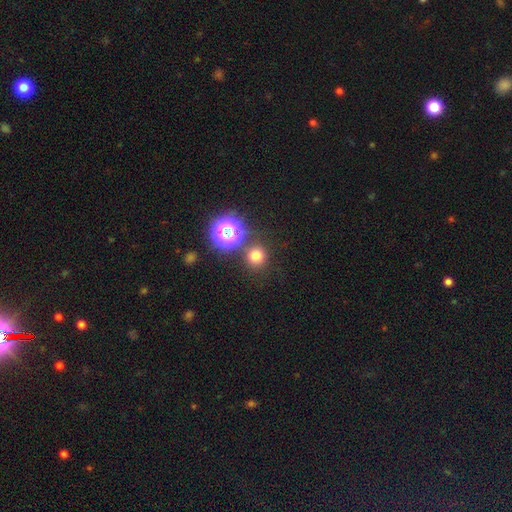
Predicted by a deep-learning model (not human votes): Overall: smooth (70%). How rounded: round (93%). Merging: none (83%).